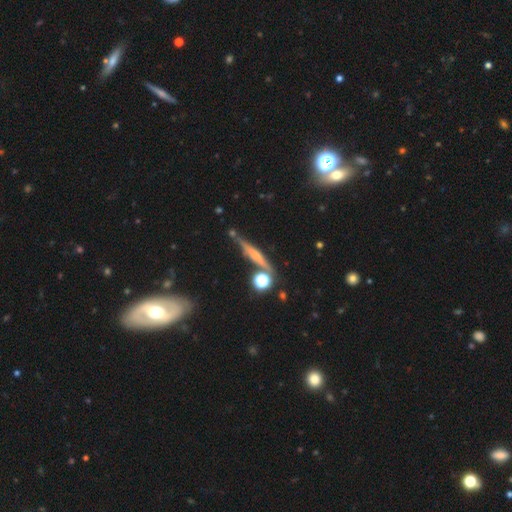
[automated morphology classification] Q: Smooth or featured?
A: featured or disk (61%); runner-up: smooth (27%)
Q: Edge-on disk?
A: yes (96%); runner-up: no (4%)
Q: Edge-on bulge?
A: rounded (59%); runner-up: none (24%)
Q: Merging?
A: none (79%); runner-up: minor disturbance (11%)